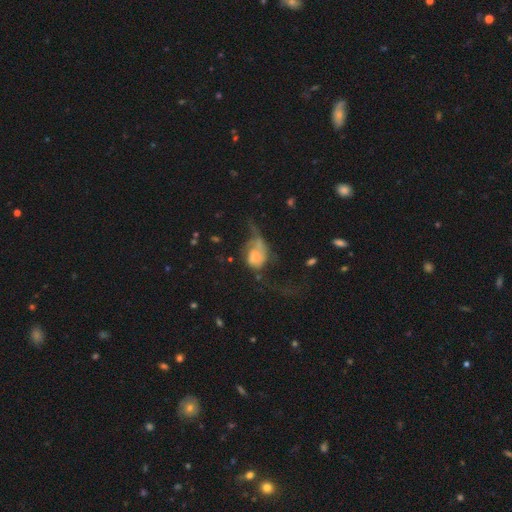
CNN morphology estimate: This is possibly a smooth galaxy (47%). Merging: possibly major disturbance (56%).